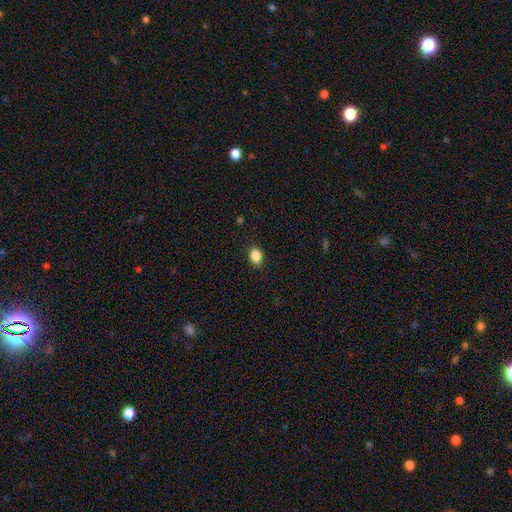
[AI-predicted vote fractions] The model was most divided on "how rounded": in between: 77%, round: 22%, cigar-shaped: 1%. More confident: merging — none (88%); smooth or featured — smooth (87%).